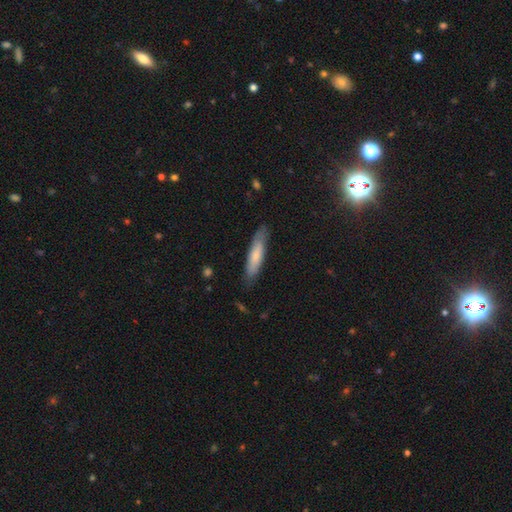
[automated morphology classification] Smooth or featured? Predicted: smooth (p=0.69). How rounded? Predicted: cigar-shaped (p=0.77). Merging? Predicted: none (p=0.80).